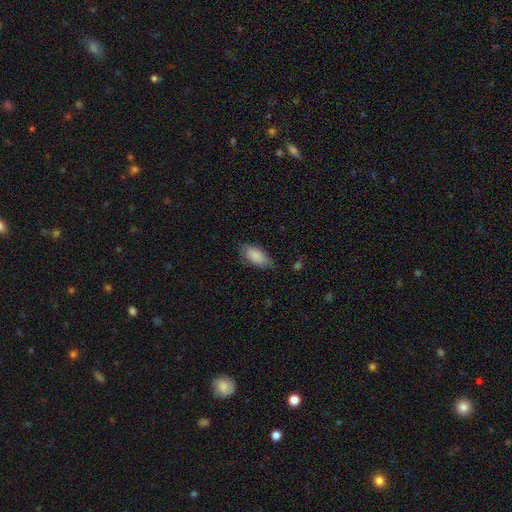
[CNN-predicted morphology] Smooth or featured? smooth (88%)
How rounded? in between (92%)
Merging? none (73%)